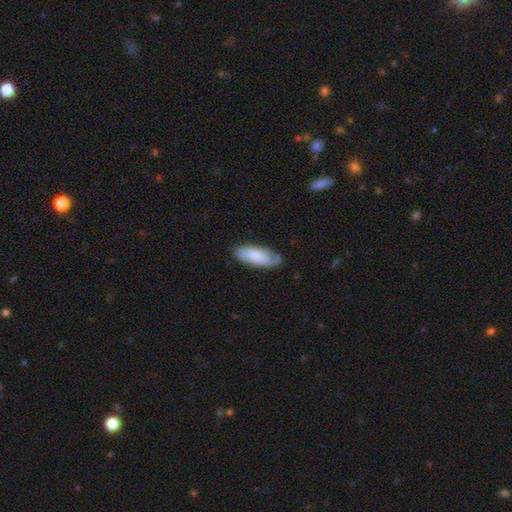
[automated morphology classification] A smooth galaxy with no disk features (76%) that is in between round and cigar-shaped (75%).

Vote fractions:
- Smooth or featured? smooth: 76% / featured or disk: 18% / star or artifact: 6%
- How rounded? in between: 75% / cigar-shaped: 23% / round: 2%
- Merging? none: 68% / minor disturbance: 25% / major disturbance: 5% / merger: 2%